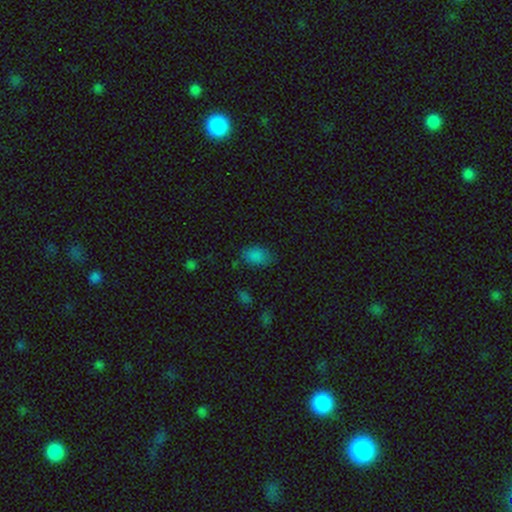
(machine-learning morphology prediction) smooth-or-featured: smooth: 83% | star or artifact: 13% | featured or disk: 5%
  how-rounded: in between: 86% | round: 12% | cigar-shaped: 1%
  merging: none: 76% | minor disturbance: 18% | major disturbance: 4% | merger: 2%